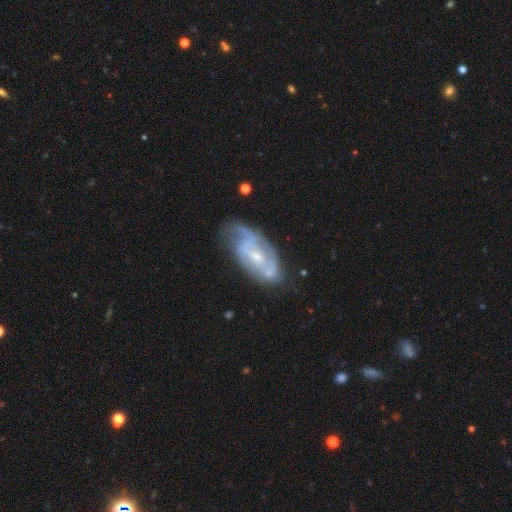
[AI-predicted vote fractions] This appears to be a featured or disk galaxy (78%) with no bar (50%), 2 (40%) medium (41%) spiral arms (87%) and a small central bulge (62%). Merging: none (54%).